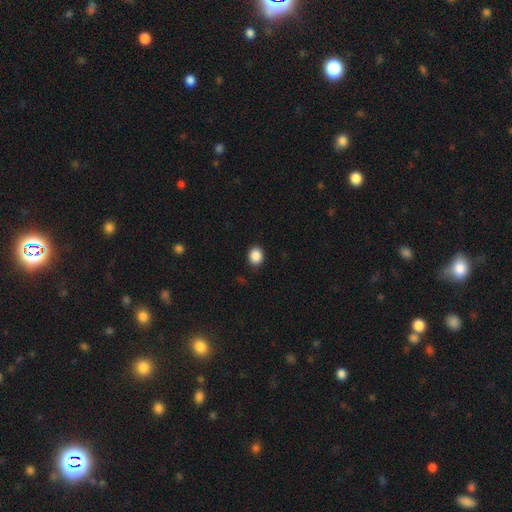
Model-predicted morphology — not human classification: Smooth or featured?
  - smooth: 89% *
  - star or artifact: 9%
  - featured or disk: 3%
How rounded?
  - round: 52% *
  - in between: 48%
  - cigar-shaped: 1%
Merging?
  - none: 88% *
  - minor disturbance: 9%
  - major disturbance: 2%
  - merger: 1%